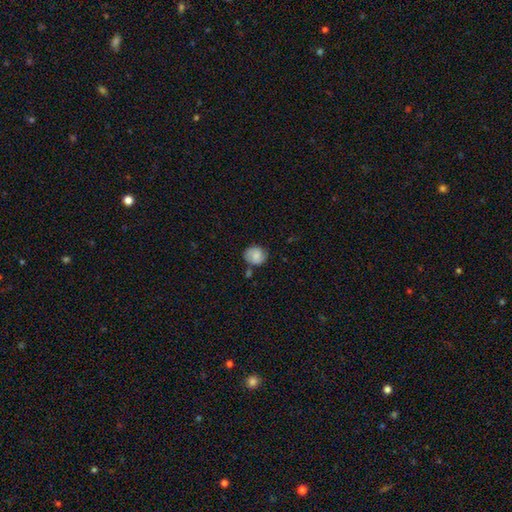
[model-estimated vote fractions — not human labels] A smooth galaxy with no disk features (71%) that is round (77%). Merging: none (62%).